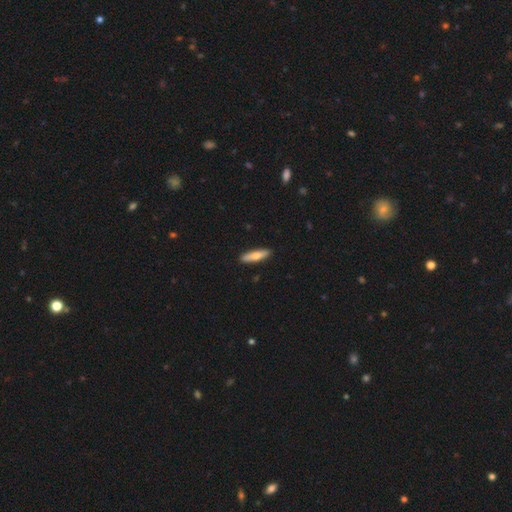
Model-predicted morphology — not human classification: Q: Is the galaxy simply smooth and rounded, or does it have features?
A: smooth — 67%.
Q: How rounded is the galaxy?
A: cigar-shaped — 73%.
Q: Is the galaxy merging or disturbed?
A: none — 90%.